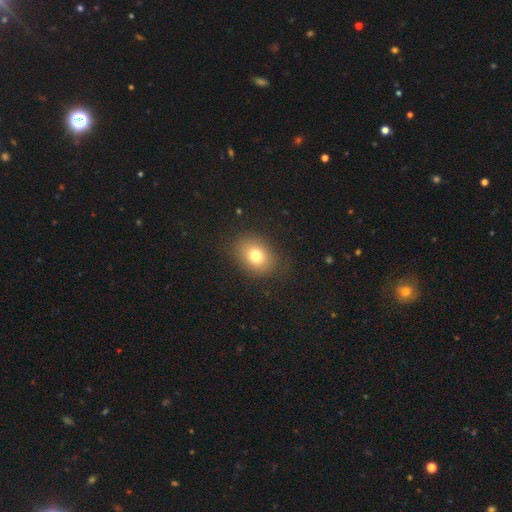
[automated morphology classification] Smooth or featured: smooth — 76% (star or artifact — 12%)
How rounded: in between — 55% (round — 44%)
Merging: none — 84% (minor disturbance — 10%)